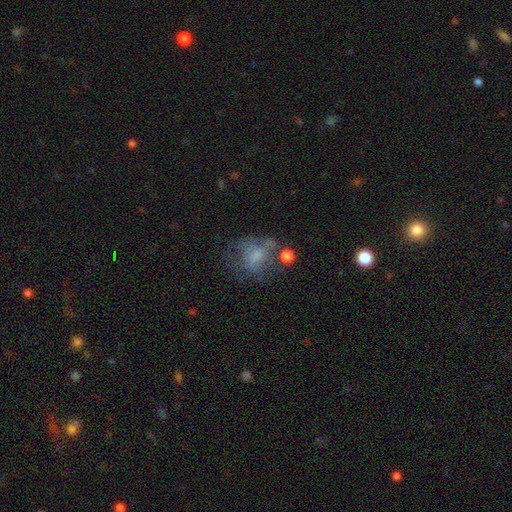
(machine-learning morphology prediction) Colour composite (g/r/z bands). It shows a smooth galaxy with no disk features (48%). Merging: none (36%).